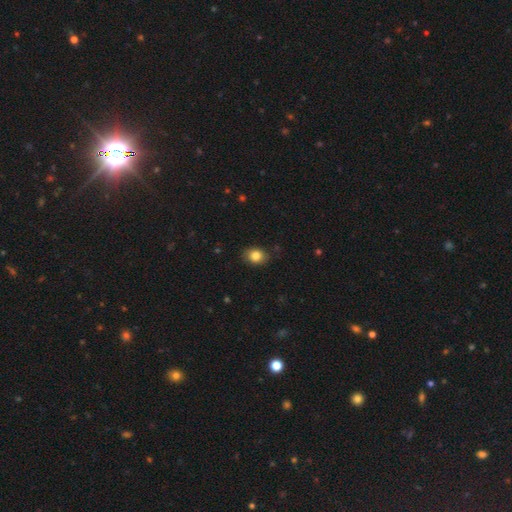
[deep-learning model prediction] Overall: smooth (84%). How rounded: in between (58%; round 41%). Merging: none (85%).